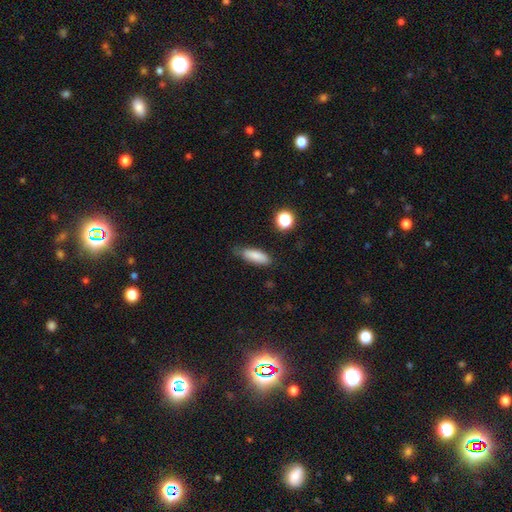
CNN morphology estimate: Smooth or featured? smooth (82%)
How rounded? in between (61%)
Merging? none (69%)